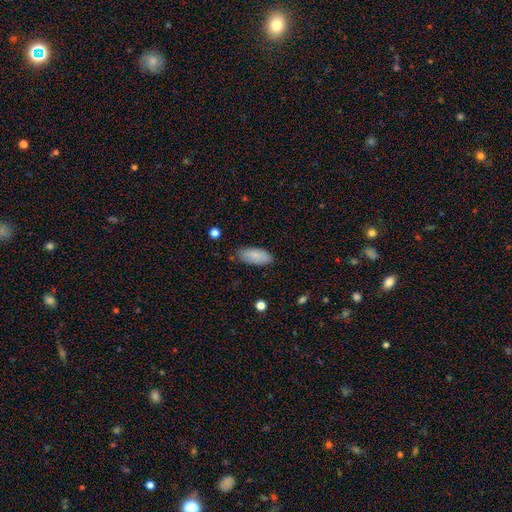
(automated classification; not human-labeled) The model was most divided on "merging": none: 83%, minor disturbance: 13%, major disturbance: 3%, merger: 1%. More confident: how rounded — in between (88%); smooth or featured — smooth (85%).